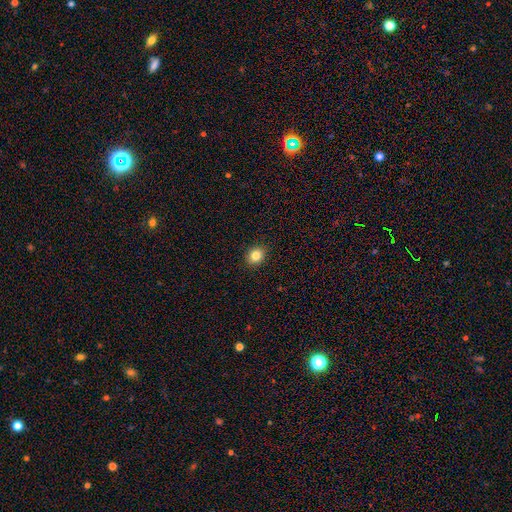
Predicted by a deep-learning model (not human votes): smooth_or_featured: smooth (p=0.83) [alt: star or artifact p=0.11]
how_rounded: round (p=0.64) [alt: in between p=0.35]
merging: none (p=0.91) [alt: minor disturbance p=0.06]